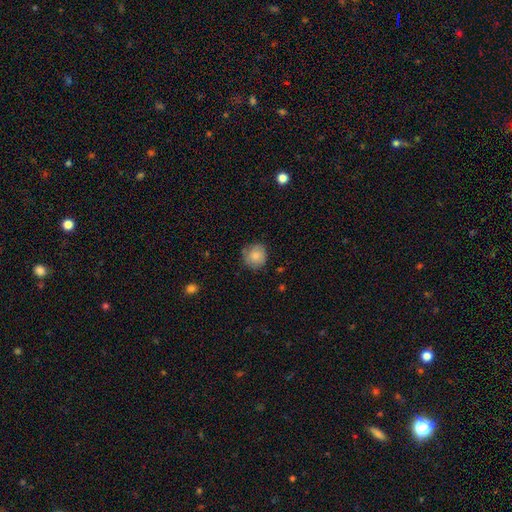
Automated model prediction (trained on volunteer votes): Smooth or featured? smooth (80%)
How rounded? round (89%)
Merging? none (74%)